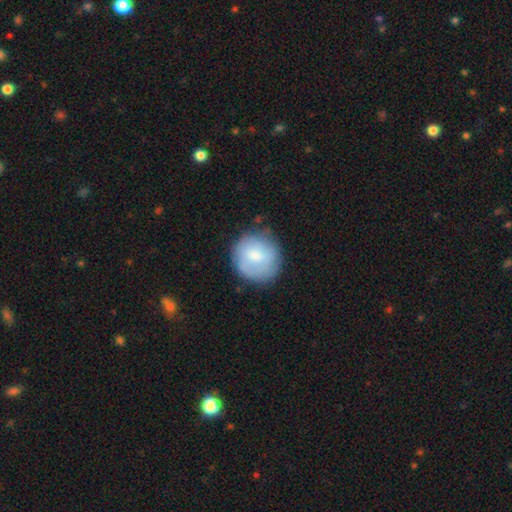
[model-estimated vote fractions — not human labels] smooth 71%, featured or disk 22%, star or artifact 7%. Down the decision tree: how rounded — round (88%); merging — none (71%).